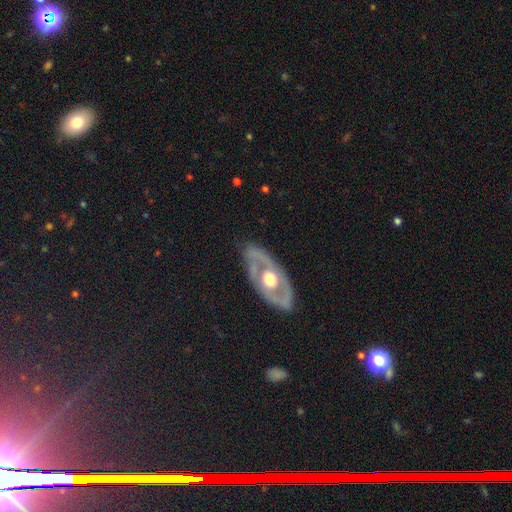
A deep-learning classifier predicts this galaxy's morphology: smooth-or-featured: featured or disk: 75% | smooth: 21% | star or artifact: 4%
  disk-edge-on: no: 83% | yes: 17%
    bar: no: 84% | weak: 12% | strong: 4%
    has-spiral-arms: no: 62% | yes: 38%
    bulge-size: moderate: 61% | large: 33% | small: 4% | dominant: 2% | none: 1%
  merging: none: 78% | minor disturbance: 15% | major disturbance: 5% | merger: 1%